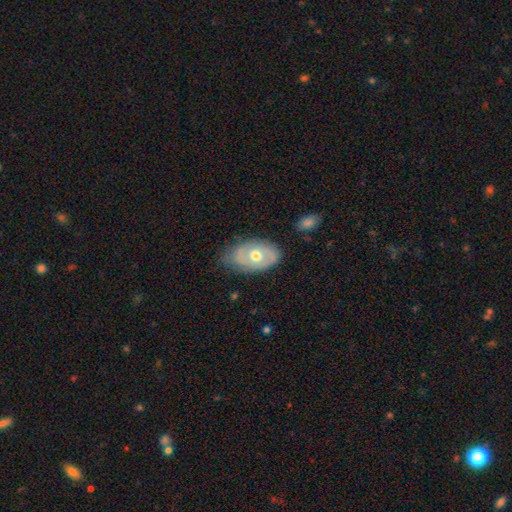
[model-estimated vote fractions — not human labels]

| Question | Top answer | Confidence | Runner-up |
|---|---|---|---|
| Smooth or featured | featured or disk | 57% | smooth (37%) |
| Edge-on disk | no | 91% | yes (9%) |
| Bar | no | 82% | weak (15%) |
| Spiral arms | no | 55% | yes (45%) |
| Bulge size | moderate | 79% | small (11%) |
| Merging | none | 70% | minor disturbance (23%) |